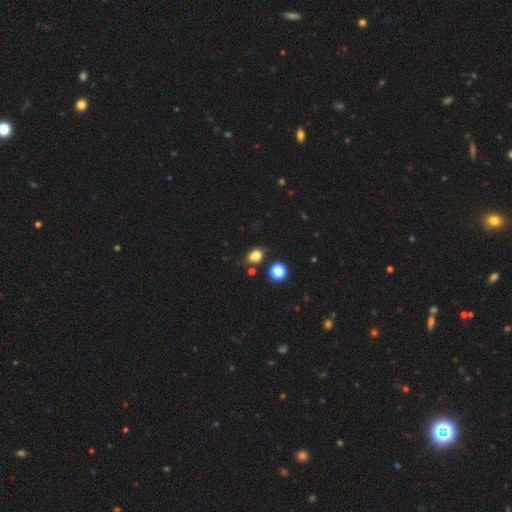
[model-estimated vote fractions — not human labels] smooth 77%, star or artifact 16%, featured or disk 7%. Down the decision tree: how rounded — in between (66%); merging — none (61%).